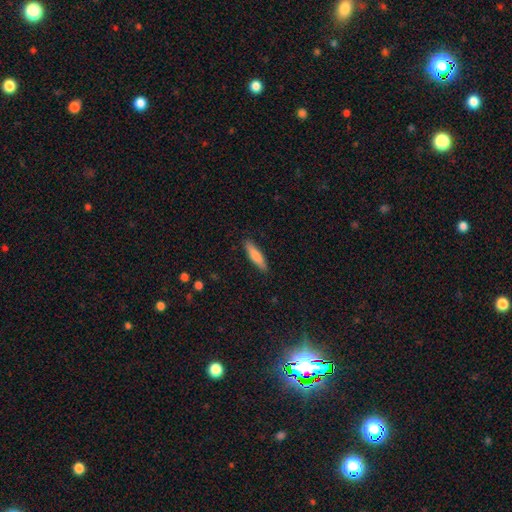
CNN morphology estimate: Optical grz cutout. It shows a smooth galaxy with no disk features (76%) that is cigar-shaped (78%). Merging: none (89%).